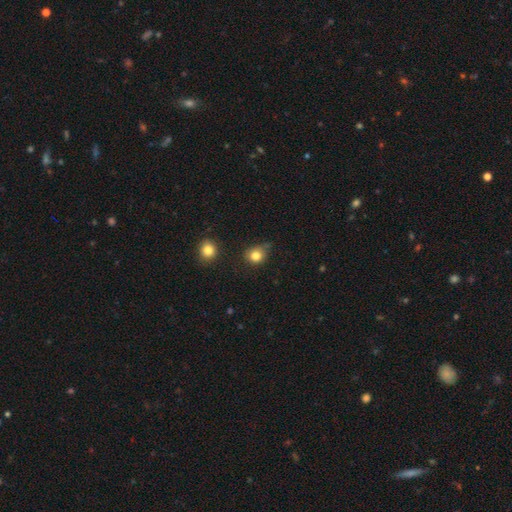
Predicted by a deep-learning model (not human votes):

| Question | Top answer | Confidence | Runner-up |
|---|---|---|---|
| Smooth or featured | smooth | 82% | star or artifact (12%) |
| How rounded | round | 79% | in between (20%) |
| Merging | none | 64% | minor disturbance (26%) |